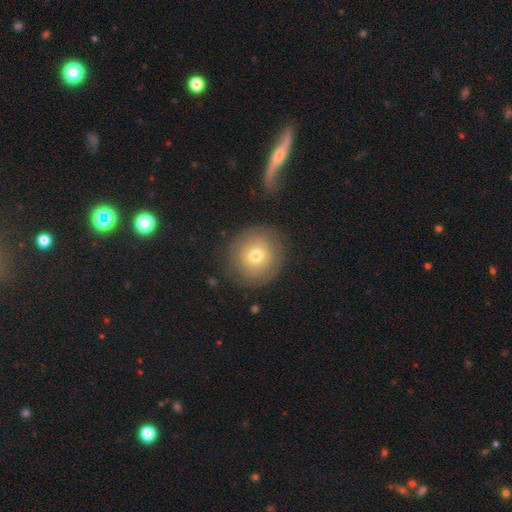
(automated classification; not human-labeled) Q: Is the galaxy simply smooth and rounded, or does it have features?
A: smooth — 64%.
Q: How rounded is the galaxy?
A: round — 90%.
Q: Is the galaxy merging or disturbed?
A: none — 84%.